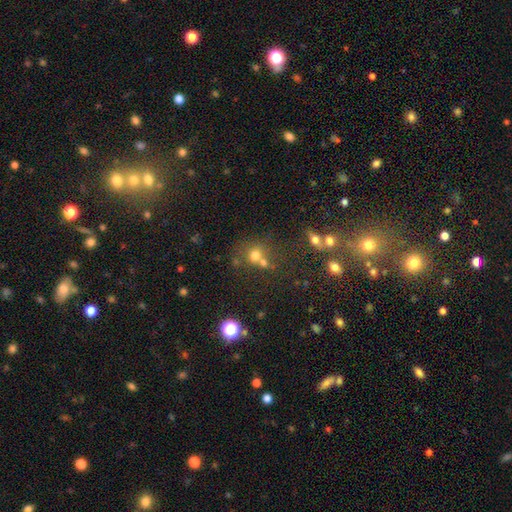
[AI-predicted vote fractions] The model was most divided on "merging": none: 44%, merger: 41%, minor disturbance: 10%, major disturbance: 6%. More confident: how rounded — round (78%); smooth or featured — smooth (67%).